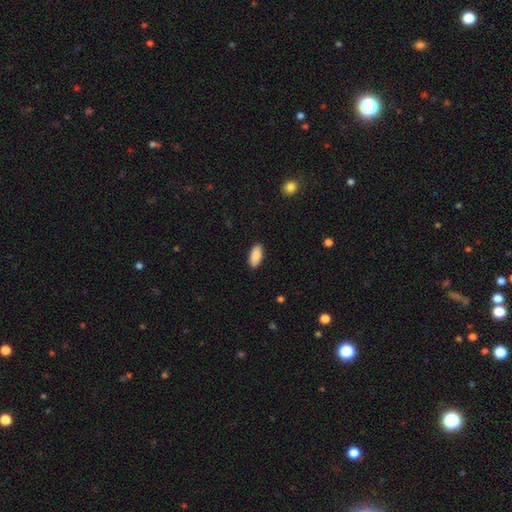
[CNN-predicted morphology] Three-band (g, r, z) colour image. It shows a smooth galaxy with no disk features (89%) that is in between round and cigar-shaped (89%). Merging: none (89%).